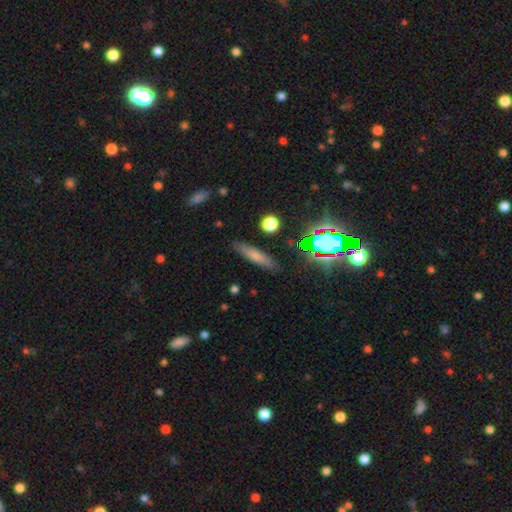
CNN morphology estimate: Q: Smooth or featured?
A: smooth (65%); runner-up: featured or disk (22%)
Q: How rounded?
A: cigar-shaped (76%); runner-up: in between (21%)
Q: Merging?
A: none (84%); runner-up: minor disturbance (11%)